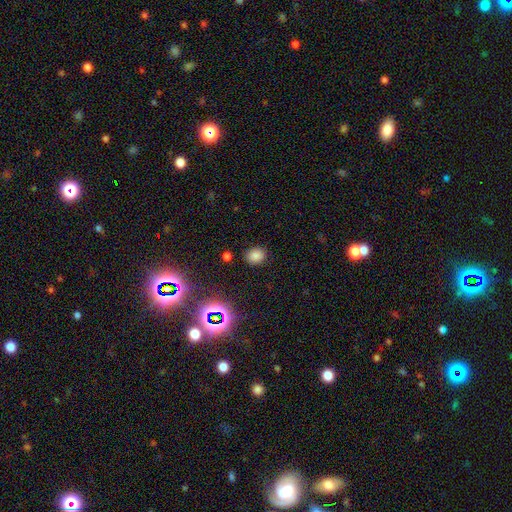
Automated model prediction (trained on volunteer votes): smooth-or-featured: smooth: 77% | star or artifact: 17% | featured or disk: 5%
  how-rounded: round: 51% | in between: 48% | cigar-shaped: 1%
  merging: none: 86% | minor disturbance: 9% | major disturbance: 3% | merger: 2%